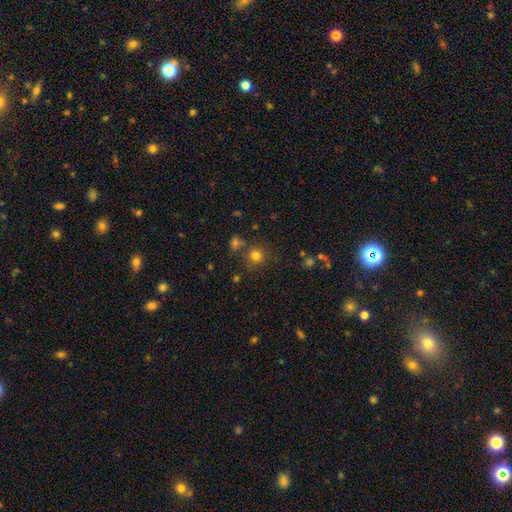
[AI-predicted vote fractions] A smooth galaxy with no disk features (77%) that is round (91%). Merging: none (75%).